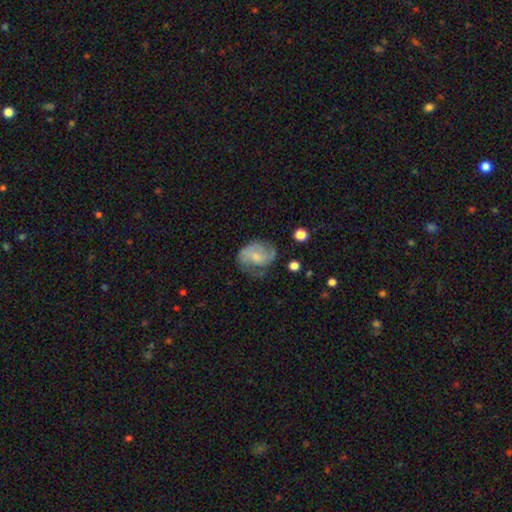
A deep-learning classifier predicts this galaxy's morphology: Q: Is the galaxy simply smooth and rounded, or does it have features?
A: featured or disk — 61%.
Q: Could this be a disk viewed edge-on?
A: no — 97%.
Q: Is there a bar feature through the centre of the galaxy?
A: no — 63%.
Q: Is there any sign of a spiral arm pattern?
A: yes — 84%.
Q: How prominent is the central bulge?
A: small — 54%.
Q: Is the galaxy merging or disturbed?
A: none — 51%.